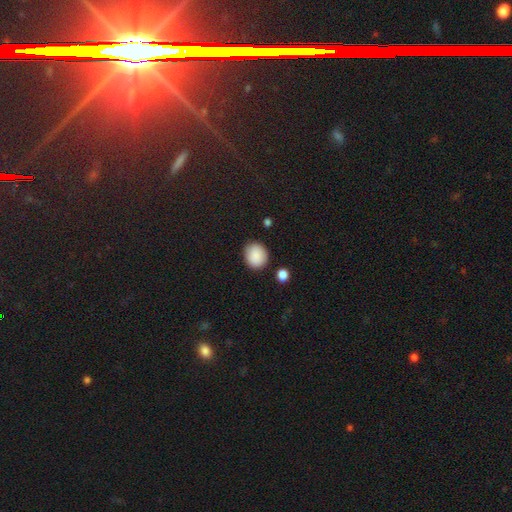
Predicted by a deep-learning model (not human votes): A smooth galaxy with no disk features (89%) that is round (72%). Merging: none (85%).